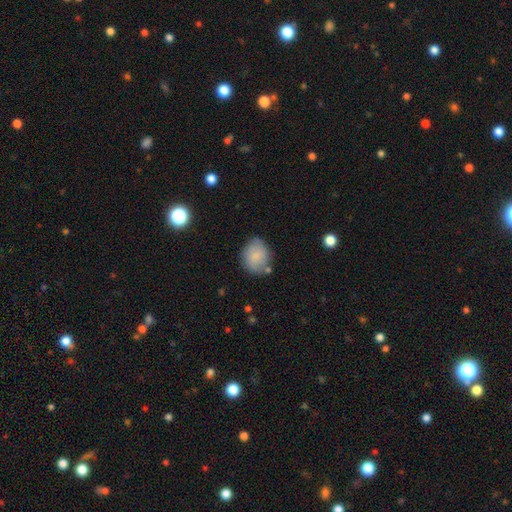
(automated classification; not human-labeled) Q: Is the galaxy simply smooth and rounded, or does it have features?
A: smooth — 81%.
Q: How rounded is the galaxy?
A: round — 57%.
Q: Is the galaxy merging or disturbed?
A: none — 71%.